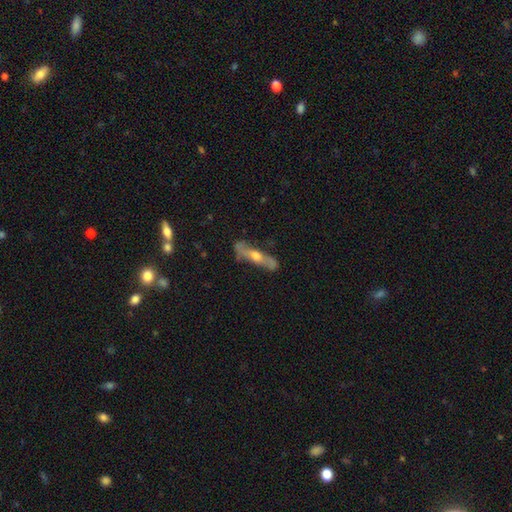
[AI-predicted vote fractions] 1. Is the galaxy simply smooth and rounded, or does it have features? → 69% featured or disk, 24% smooth, 7% star or artifact.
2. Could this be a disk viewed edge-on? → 67% yes, 33% no.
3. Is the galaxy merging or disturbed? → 75% none, 17% minor disturbance, 6% major disturbance, 2% merger.